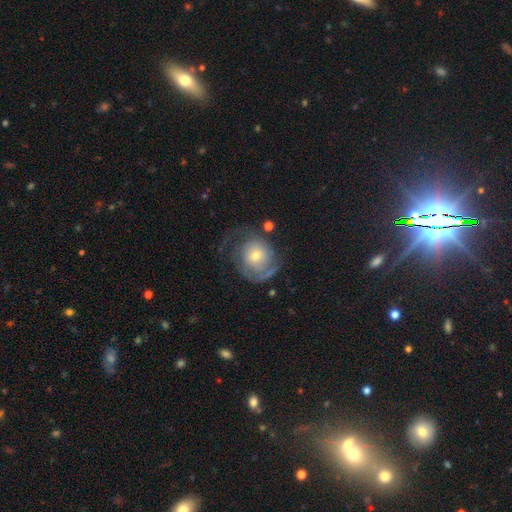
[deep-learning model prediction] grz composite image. It shows a featured or disk galaxy (64%) with no bar (75%), spiral arms (80%) and a moderate central bulge (49%). Merging: none (48%).